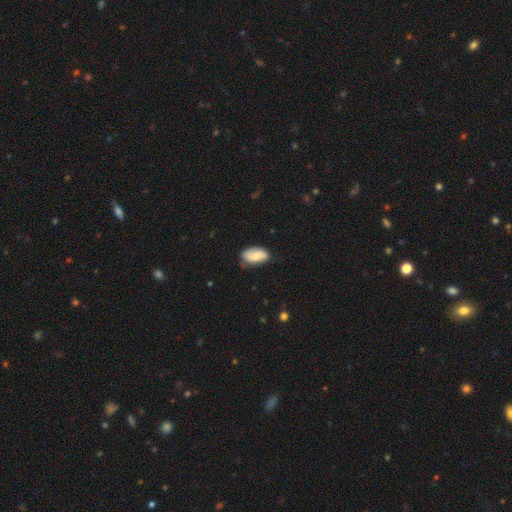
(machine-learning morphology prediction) The model was most divided on "merging": none: 67%, minor disturbance: 27%, major disturbance: 5%, merger: 2%. More confident: how rounded — in between (93%); smooth or featured — smooth (69%).